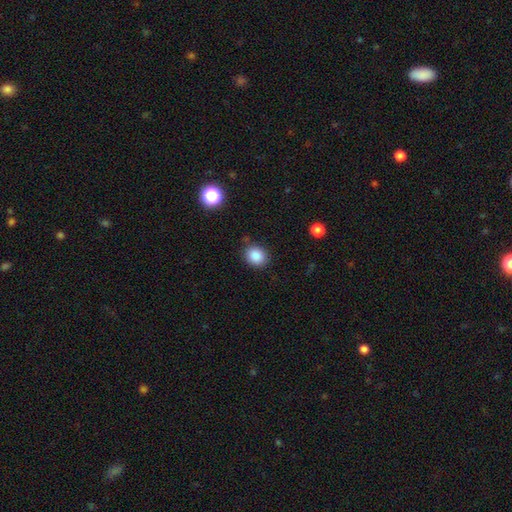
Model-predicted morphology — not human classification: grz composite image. It shows a smooth galaxy with no disk features (87%) that is round (65%). Merging: none (83%).